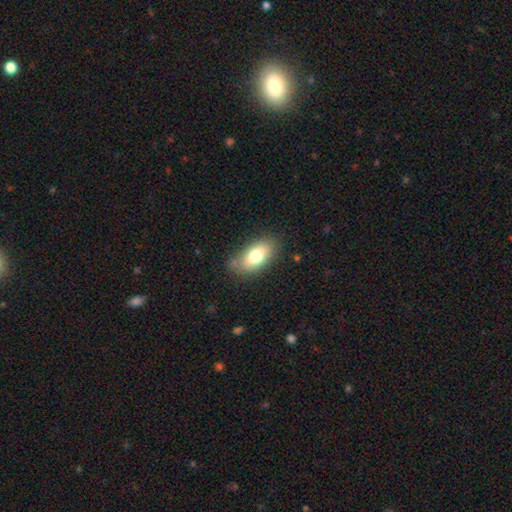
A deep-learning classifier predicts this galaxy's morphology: Smooth or featured? smooth (75%)
How rounded? in between (90%)
Merging? none (78%)